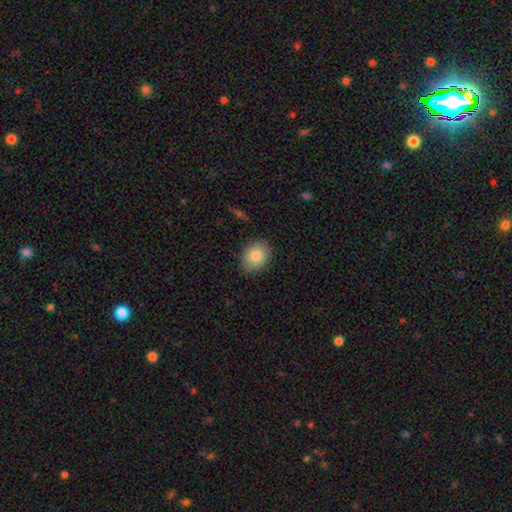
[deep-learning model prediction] A smooth galaxy with no disk features (83%) that is in between round and cigar-shaped (60%). Merging: none (87%).